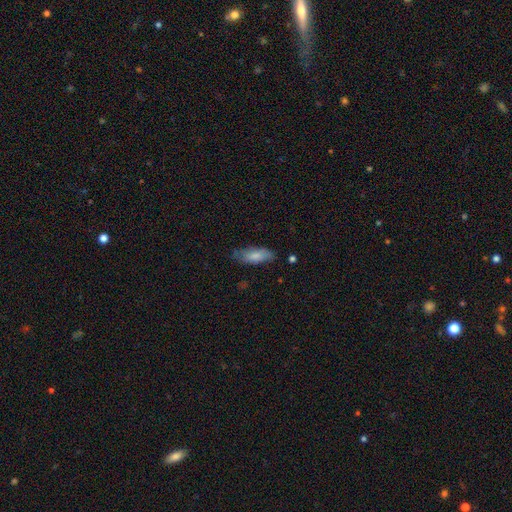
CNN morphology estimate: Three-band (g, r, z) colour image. It shows a smooth galaxy with no disk features (79%) that is in between round and cigar-shaped (70%). Merging: none (68%).